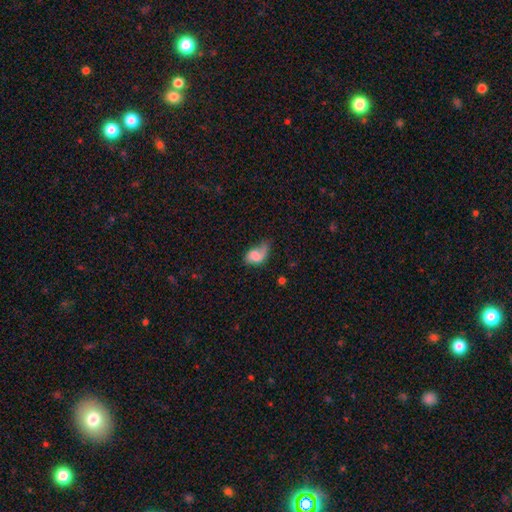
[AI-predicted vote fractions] smooth-or-featured: smooth: 53% | featured or disk: 37% | star or artifact: 10%
  how-rounded: in between: 84% | round: 14% | cigar-shaped: 2%
  merging: major disturbance: 34% | minor disturbance: 30% | none: 30% | merger: 5%